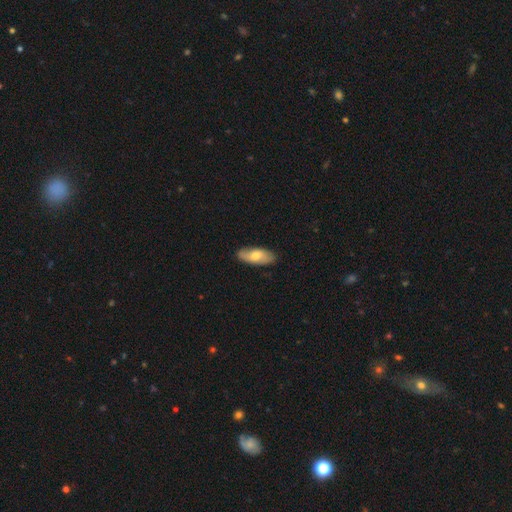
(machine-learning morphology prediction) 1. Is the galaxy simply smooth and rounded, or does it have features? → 63% smooth, 32% featured or disk, 5% star or artifact.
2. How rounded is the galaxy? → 81% in between, 17% cigar-shaped, 3% round.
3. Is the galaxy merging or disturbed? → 84% none, 13% minor disturbance, 2% major disturbance, 1% merger.